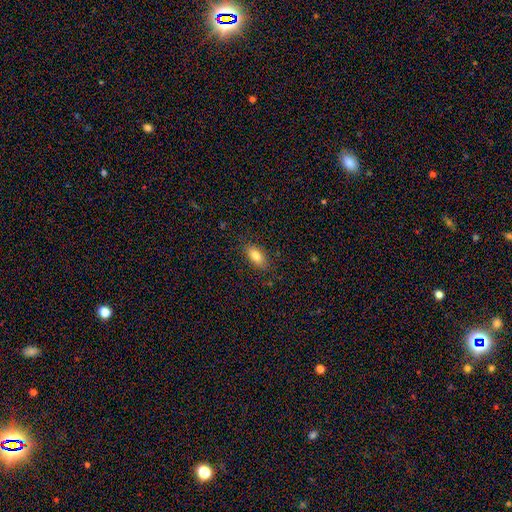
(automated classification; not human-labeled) Smooth or featured? Predicted: smooth (p=0.81). How rounded? Predicted: in between (p=0.87). Merging? Predicted: none (p=0.85).